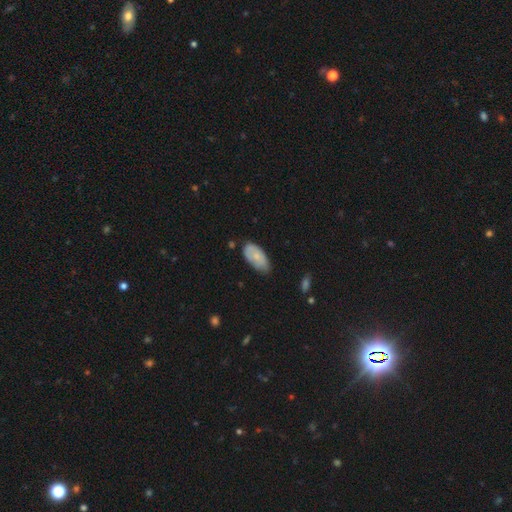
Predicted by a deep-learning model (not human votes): smooth_or_featured: smooth (p=0.71) [alt: featured or disk p=0.23]
how_rounded: in between (p=0.93) [alt: cigar-shaped p=0.04]
merging: none (p=0.56) [alt: minor disturbance p=0.35]